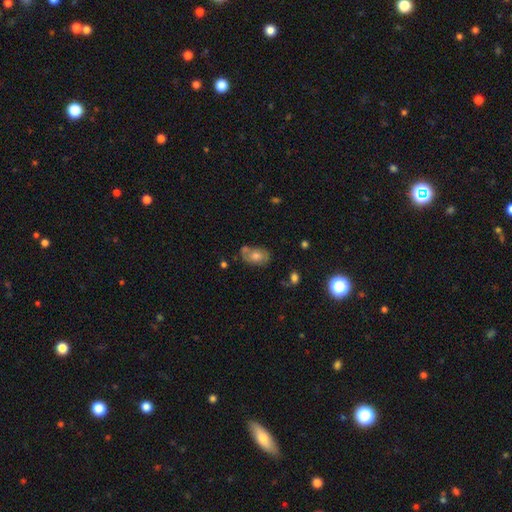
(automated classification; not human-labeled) smooth_or_featured: smooth (p=0.54) [alt: featured or disk p=0.30]
how_rounded: in between (p=0.73) [alt: round p=0.25]
merging: none (p=0.61) [alt: minor disturbance p=0.20]